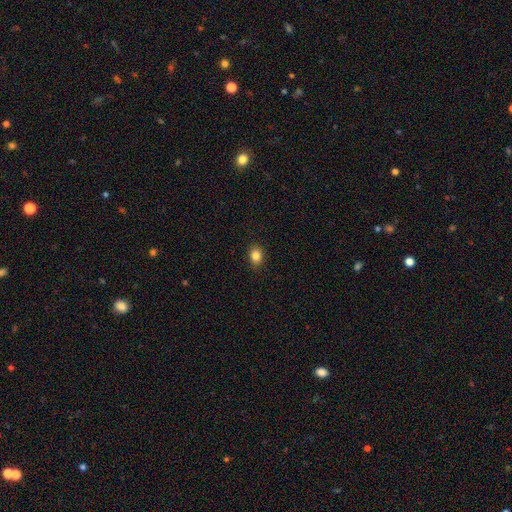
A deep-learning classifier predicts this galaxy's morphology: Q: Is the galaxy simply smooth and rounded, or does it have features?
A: smooth — 84%.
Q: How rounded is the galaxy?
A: in between — 53%.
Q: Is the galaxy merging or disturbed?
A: none — 89%.